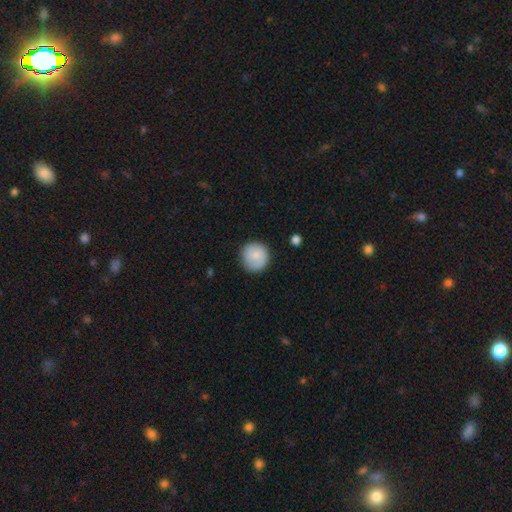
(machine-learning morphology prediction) This is likely a smooth galaxy (78%). How rounded: clearly round (94%). Merging: clearly none (83%).